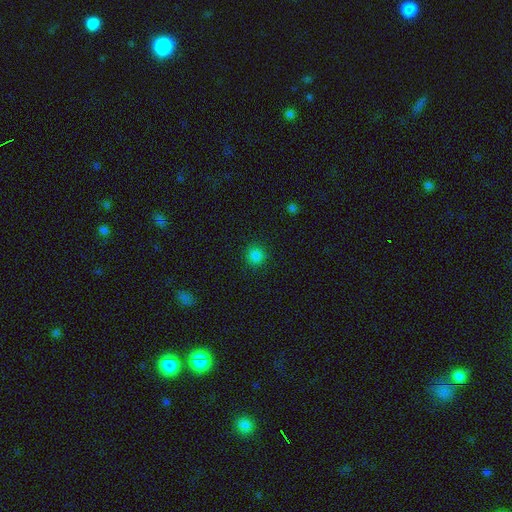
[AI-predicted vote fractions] Q: Smooth or featured?
A: smooth (84%); runner-up: star or artifact (13%)
Q: How rounded?
A: round (93%); runner-up: in between (6%)
Q: Merging?
A: none (91%); runner-up: minor disturbance (6%)